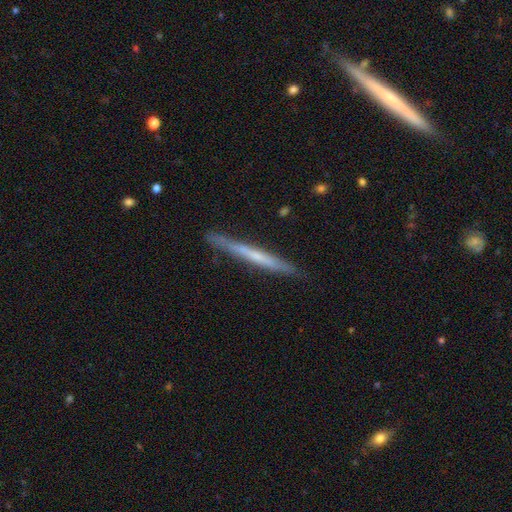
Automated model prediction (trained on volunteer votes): This is possibly a featured or disk galaxy (54%). It is clearly viewed edge-on (95%). Edge-on bulge: likely none (72%). Merging: clearly none (86%).